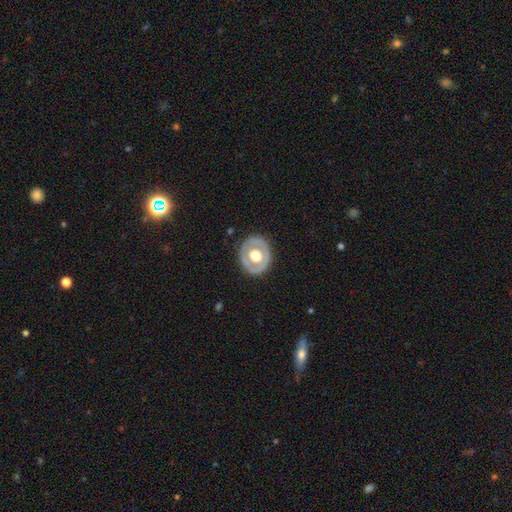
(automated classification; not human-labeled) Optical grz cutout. It shows a featured or disk galaxy (54%) with no bar (90%), no spiral arms (92%) and a large central bulge (48%). Merging: none (84%).